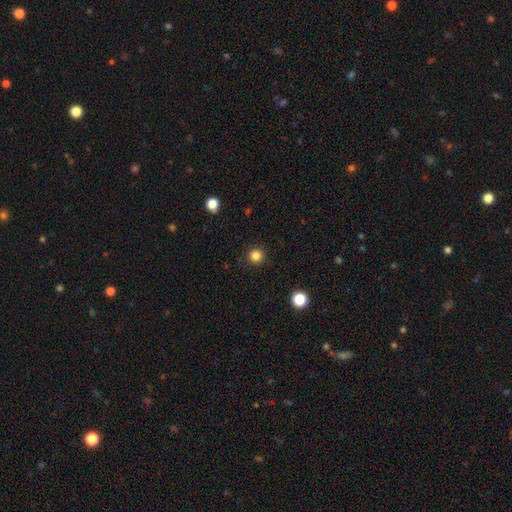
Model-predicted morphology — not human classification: Q: Smooth or featured?
A: smooth (84%); runner-up: star or artifact (13%)
Q: How rounded?
A: round (94%); runner-up: in between (5%)
Q: Merging?
A: none (91%); runner-up: minor disturbance (6%)